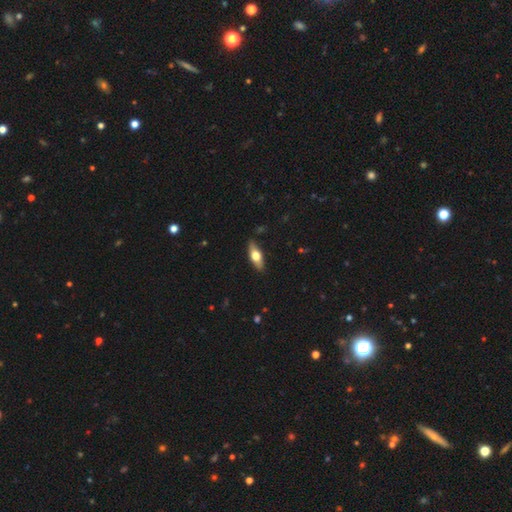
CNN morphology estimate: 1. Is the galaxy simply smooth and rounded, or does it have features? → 54% smooth, 40% featured or disk, 6% star or artifact.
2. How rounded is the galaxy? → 65% in between, 31% cigar-shaped, 3% round.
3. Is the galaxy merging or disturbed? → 86% none, 11% minor disturbance, 2% major disturbance, 1% merger.